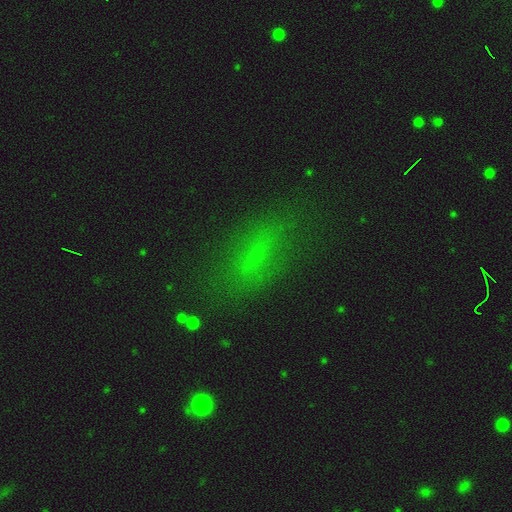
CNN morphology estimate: smooth 58%, star or artifact 28%, featured or disk 14%. Down the decision tree: how rounded — in between (68%); merging — none (71%).